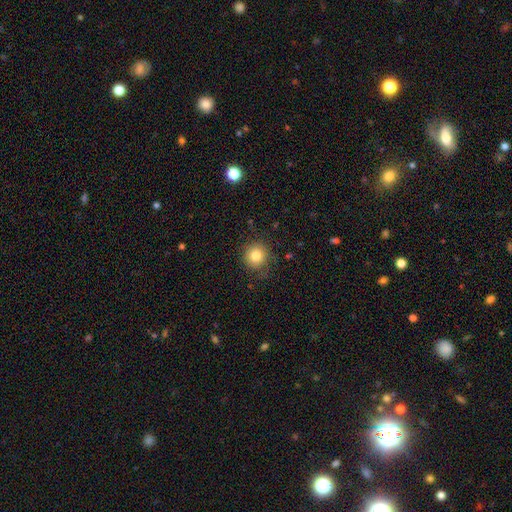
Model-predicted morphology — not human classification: Smooth or featured? Predicted: smooth (p=0.81). How rounded? Predicted: round (p=0.93). Merging? Predicted: none (p=0.82).